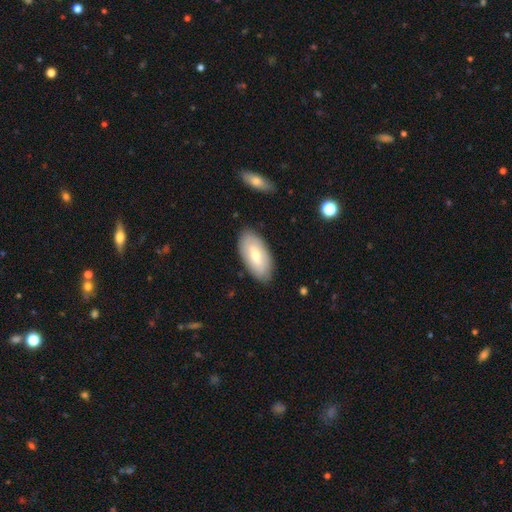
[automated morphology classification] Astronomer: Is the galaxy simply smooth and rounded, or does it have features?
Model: smooth — 56% (runner-up: featured or disk, 38%).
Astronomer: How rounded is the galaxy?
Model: in between — 90%.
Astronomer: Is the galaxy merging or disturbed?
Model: none — 85%.